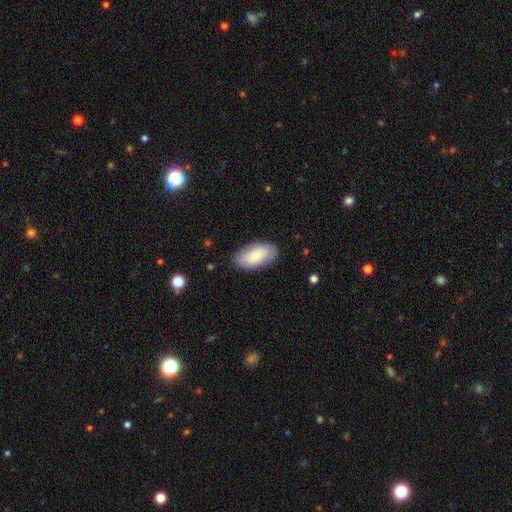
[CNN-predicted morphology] smooth-or-featured: smooth: 73% | featured or disk: 21% | star or artifact: 6%
  how-rounded: in between: 94% | round: 3% | cigar-shaped: 2%
  merging: none: 82% | minor disturbance: 13% | major disturbance: 3% | merger: 1%